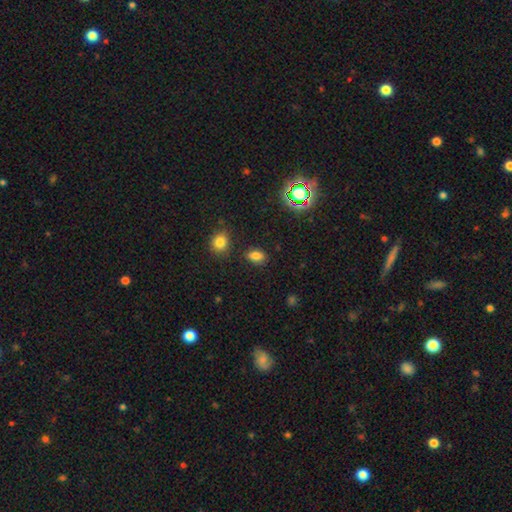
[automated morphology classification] Smooth or featured: smooth — 77% (star or artifact — 16%)
How rounded: in between — 83% (round — 15%)
Merging: none — 85% (minor disturbance — 10%)